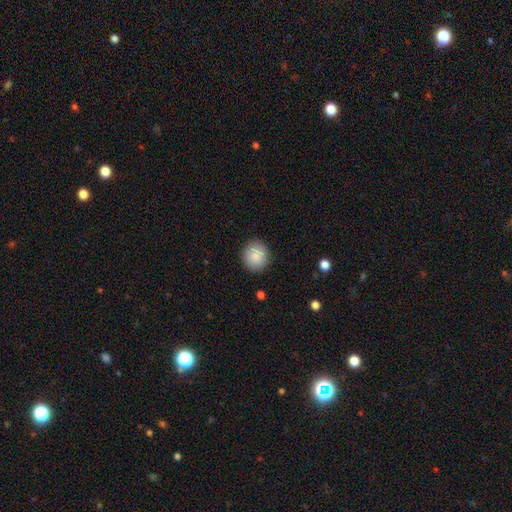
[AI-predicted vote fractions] This appears to be a smooth galaxy with no disk features (87%) that is round (86%). Merging: none (90%).